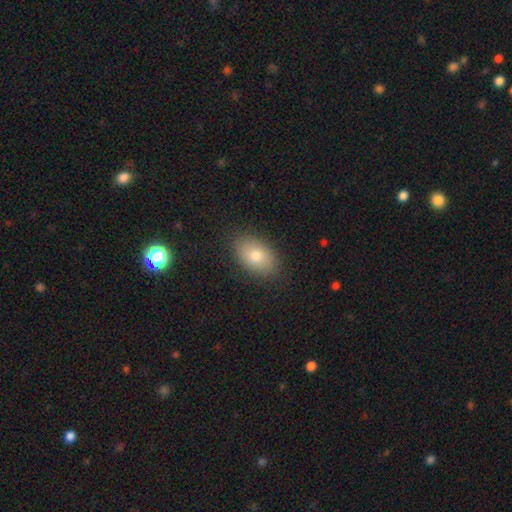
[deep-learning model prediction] This appears to be a smooth galaxy with no disk features (76%) that is in between round and cigar-shaped (88%). Merging: none (86%).